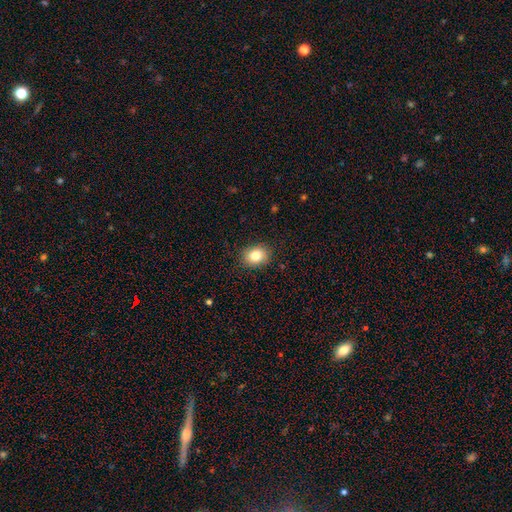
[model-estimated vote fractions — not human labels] A smooth galaxy with no disk features (82%) that is round (52%). Merging: none (88%).